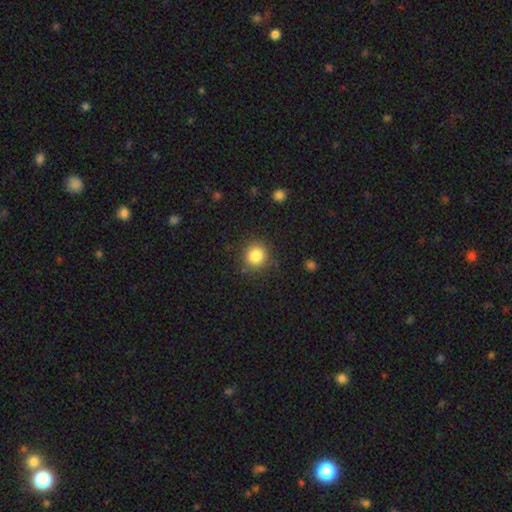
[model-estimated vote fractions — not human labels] This appears to be a smooth galaxy with no disk features (84%) that is round (90%). Merging: none (85%).